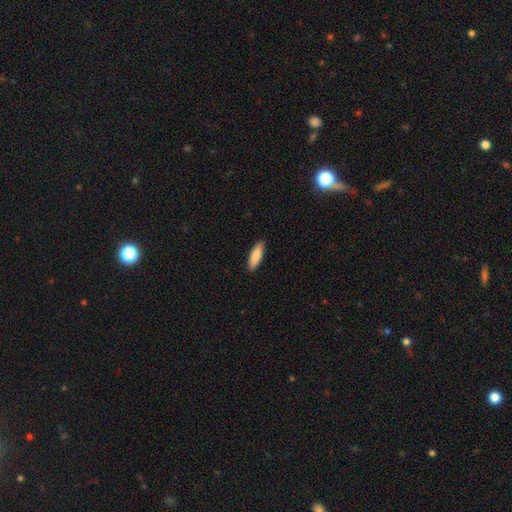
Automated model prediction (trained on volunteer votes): Morphology: type=smooth (86%); roundness=cigar-shaped (49%, tied with in between); merging=none (89%).